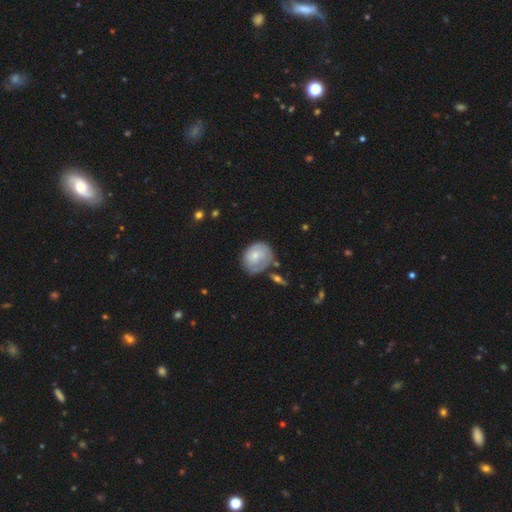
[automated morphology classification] This is possibly a smooth galaxy (53%). How rounded: possibly round (59%). Merging: possibly none (54%).